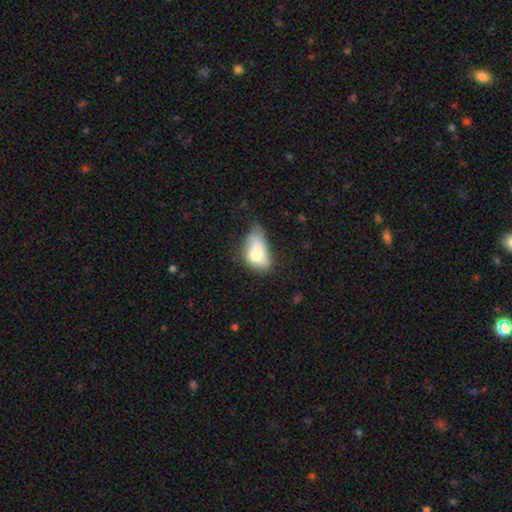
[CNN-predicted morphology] Overall: smooth (65%; featured or disk 26%). How rounded: in between (88%). Merging: minor disturbance (31%; major disturbance 25%).